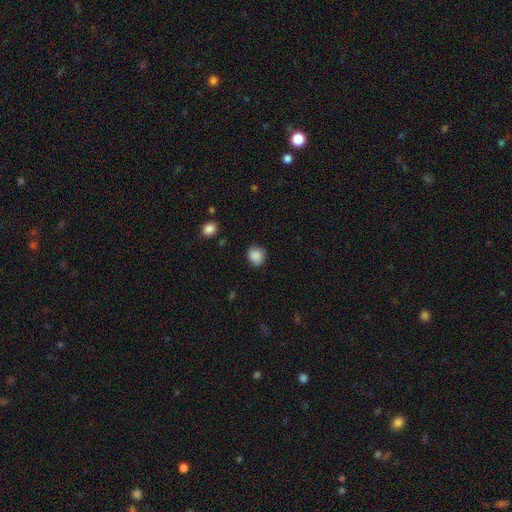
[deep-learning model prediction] Smooth or featured? smooth (86%)
How rounded? round (80%)
Merging? none (79%)